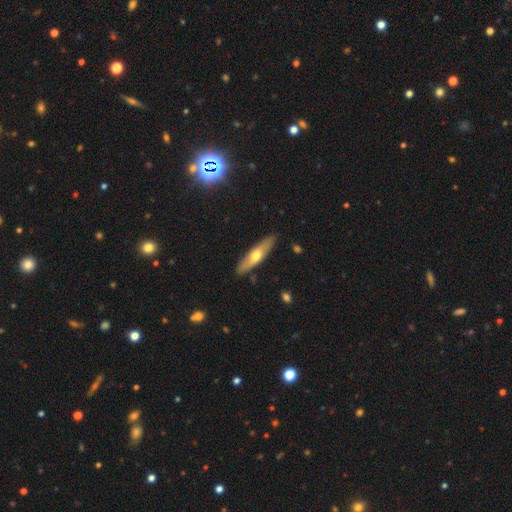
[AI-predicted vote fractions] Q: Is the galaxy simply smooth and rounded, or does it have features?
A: smooth — 49%.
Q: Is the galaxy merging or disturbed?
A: none — 86%.